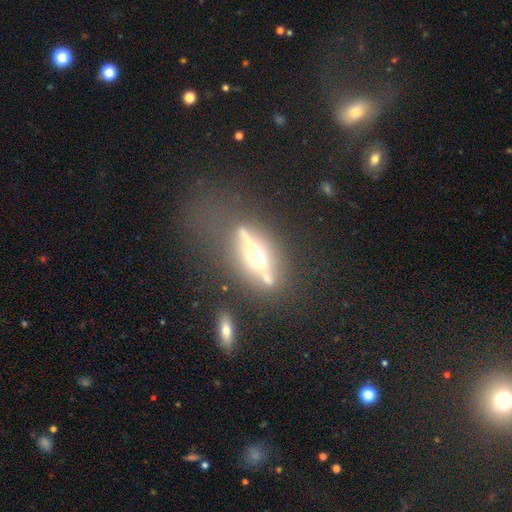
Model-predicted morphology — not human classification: smooth-or-featured: featured or disk: 81% | smooth: 10% | star or artifact: 9%
  disk-edge-on: yes: 94% | no: 6%
    edge-on-bulge: rounded: 84% | boxy: 10% | none: 6%
  merging: none: 80% | minor disturbance: 11% | major disturbance: 5% | merger: 4%